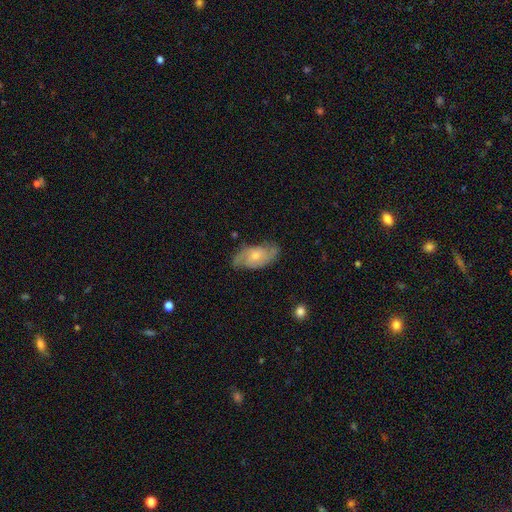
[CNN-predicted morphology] Smooth or featured: featured or disk — 67% (smooth — 27%)
Edge-on disk: no — 94% (yes — 6%)
Bar: no — 68% (weak — 28%)
Spiral arms: yes — 90% (no — 10%)
Spiral winding: medium — 46% (loose — 28%)
Spiral arm count: 2 — 67% (can't tell — 16%)
Bulge size: moderate — 47% (small — 45%)
Merging: none — 68% (minor disturbance — 23%)